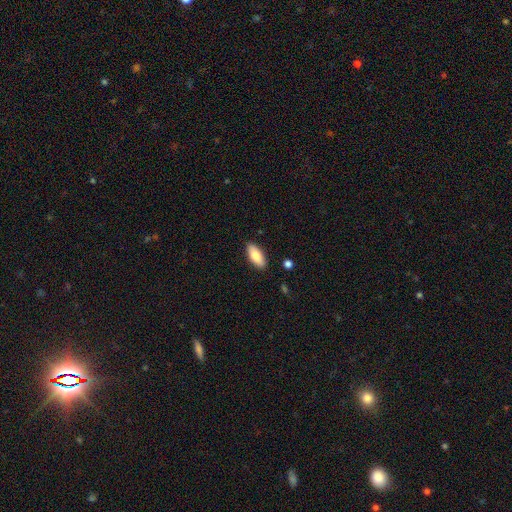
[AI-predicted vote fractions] smooth_or_featured: smooth (p=0.82) [alt: featured or disk p=0.12]
how_rounded: in between (p=0.83) [alt: cigar-shaped p=0.15]
merging: none (p=0.88) [alt: minor disturbance p=0.09]